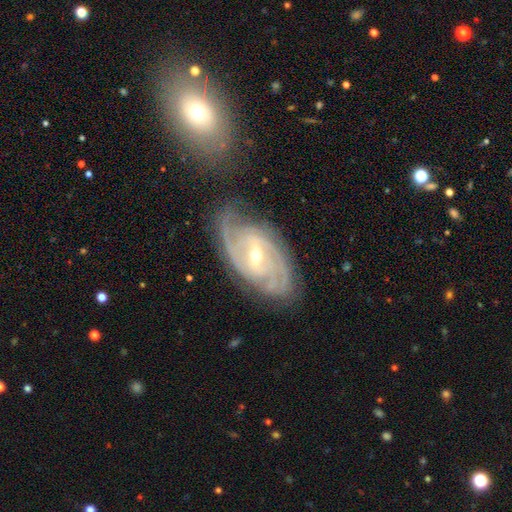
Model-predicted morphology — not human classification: Q: Smooth or featured?
A: featured or disk (89%); runner-up: star or artifact (6%)
Q: Edge-on disk?
A: no (96%); runner-up: yes (4%)
Q: Bar?
A: weak (47%); runner-up: strong (31%)
Q: Spiral arms?
A: yes (98%); runner-up: no (2%)
Q: Spiral winding?
A: tight (67%); runner-up: medium (27%)
Q: Spiral arm count?
A: 3 (28%); runner-up: 2 (22%)
Q: Bulge size?
A: small (54%); runner-up: moderate (43%)
Q: Merging?
A: none (70%); runner-up: minor disturbance (19%)